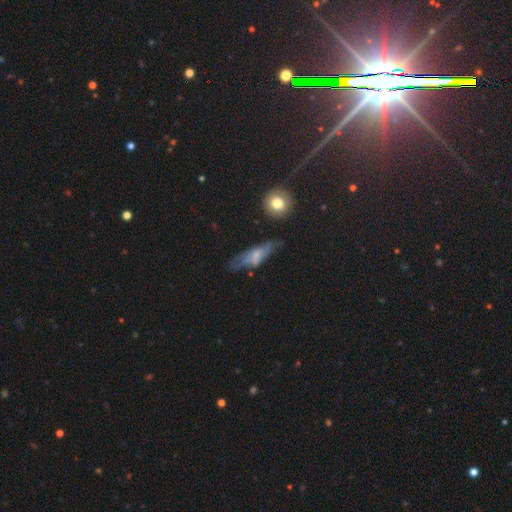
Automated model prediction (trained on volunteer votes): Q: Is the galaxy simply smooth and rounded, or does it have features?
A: featured or disk — 49%.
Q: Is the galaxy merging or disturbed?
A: none — 40%.